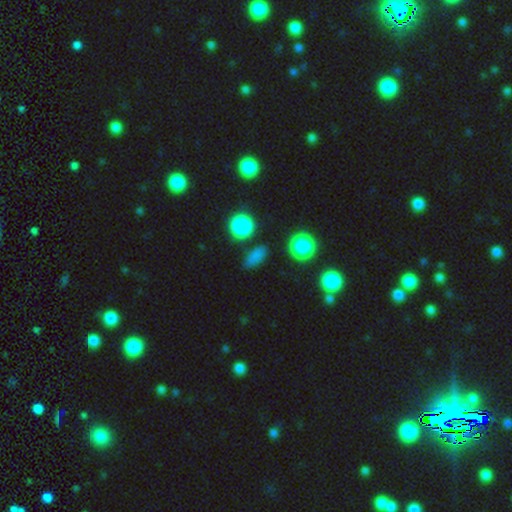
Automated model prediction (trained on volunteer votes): This is likely a smooth galaxy (70%). How rounded: likely in between (64%). Merging: clearly none (81%).